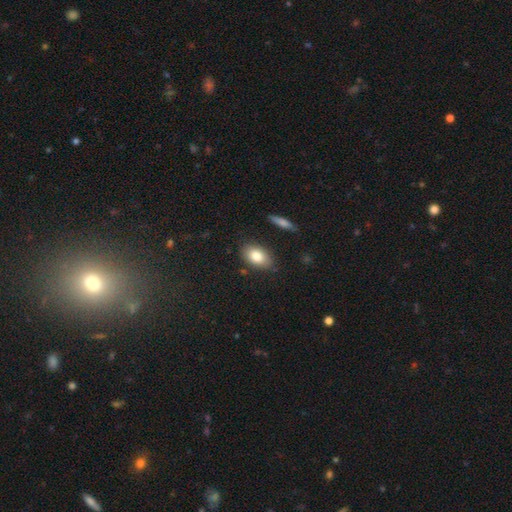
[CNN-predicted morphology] The model was most divided on "merging": none: 80%, minor disturbance: 14%, major disturbance: 3%, merger: 3%. More confident: how rounded — in between (88%); smooth or featured — smooth (82%).